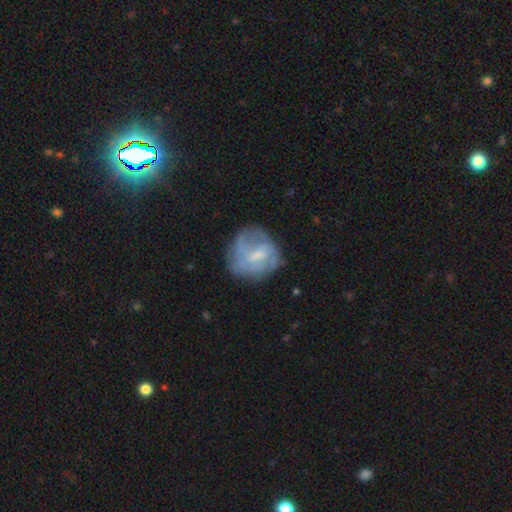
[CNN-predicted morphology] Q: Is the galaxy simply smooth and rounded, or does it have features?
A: featured or disk — 61%.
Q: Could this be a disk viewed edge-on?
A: no — 98%.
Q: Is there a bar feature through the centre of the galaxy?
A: weak — 55%.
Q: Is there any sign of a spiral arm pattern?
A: yes — 62%.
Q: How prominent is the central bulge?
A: small — 39%.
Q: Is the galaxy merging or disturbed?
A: none — 60%.